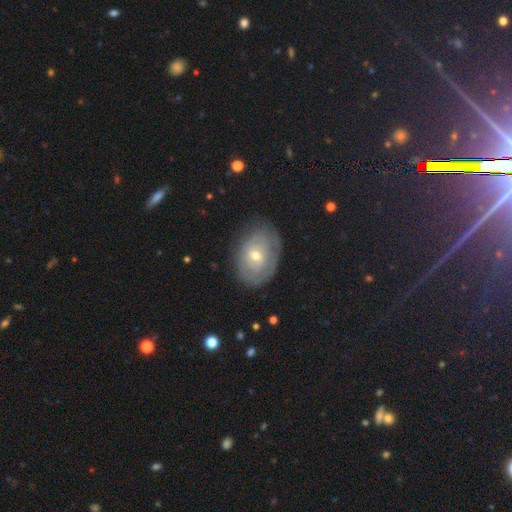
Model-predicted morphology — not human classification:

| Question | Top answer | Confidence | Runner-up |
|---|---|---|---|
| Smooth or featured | featured or disk | 58% | smooth (35%) |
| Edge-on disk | no | 94% | yes (6%) |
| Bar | no | 72% | weak (23%) |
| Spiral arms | yes | 53% | no (47%) |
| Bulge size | small | 48% | tied: moderate (48%) |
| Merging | none | 72% | minor disturbance (20%) |